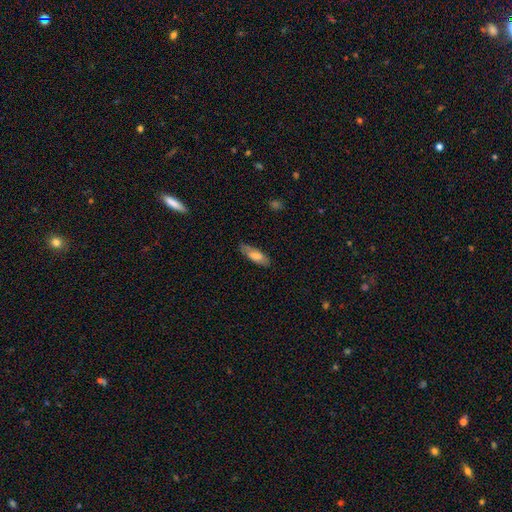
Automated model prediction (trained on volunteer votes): A smooth galaxy with no disk features (68%) that is in between round and cigar-shaped (64%).

Vote fractions:
- Smooth or featured? smooth: 68% / featured or disk: 25% / star or artifact: 6%
- How rounded? in between: 64% / cigar-shaped: 34% / round: 2%
- Merging? none: 74% / minor disturbance: 20% / major disturbance: 5% / merger: 1%